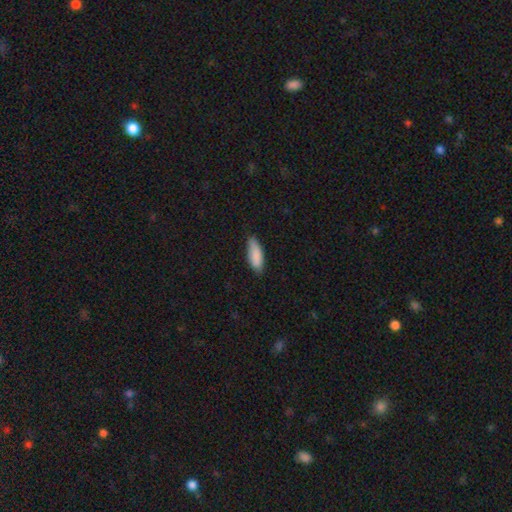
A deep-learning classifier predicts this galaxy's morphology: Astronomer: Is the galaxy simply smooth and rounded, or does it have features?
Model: smooth — 87%.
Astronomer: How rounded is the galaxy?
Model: in between — 68%.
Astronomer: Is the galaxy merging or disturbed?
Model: none — 72%.